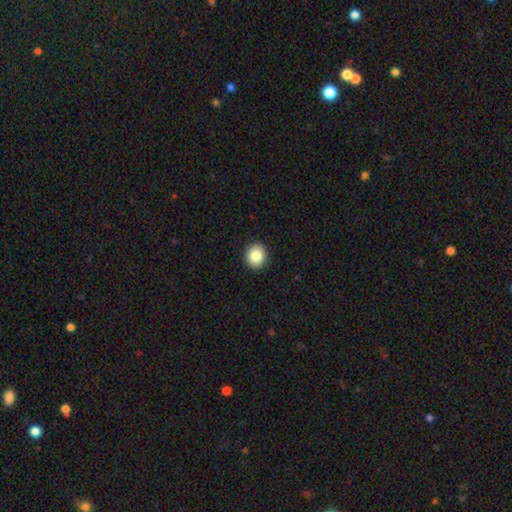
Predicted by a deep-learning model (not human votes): Q: Smooth or featured?
A: smooth (83%); runner-up: star or artifact (9%)
Q: How rounded?
A: round (74%); runner-up: in between (25%)
Q: Merging?
A: none (92%); runner-up: minor disturbance (6%)